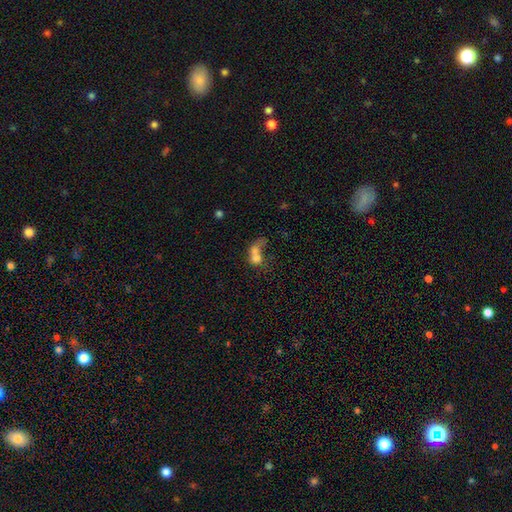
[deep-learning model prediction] The model was most divided on "how rounded": round: 55%, in between: 43%, cigar-shaped: 2%. More confident: merging — merger (71%); smooth or featured — smooth (62%).